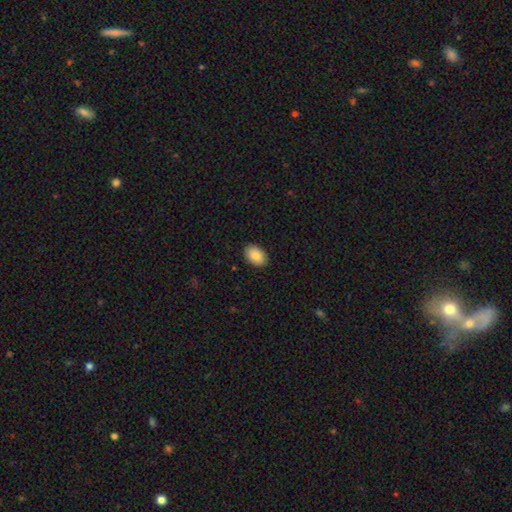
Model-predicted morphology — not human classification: smooth_or_featured: smooth (p=0.89) [alt: star or artifact p=0.07]
how_rounded: in between (p=0.90) [alt: round p=0.09]
merging: none (p=0.90) [alt: minor disturbance p=0.08]